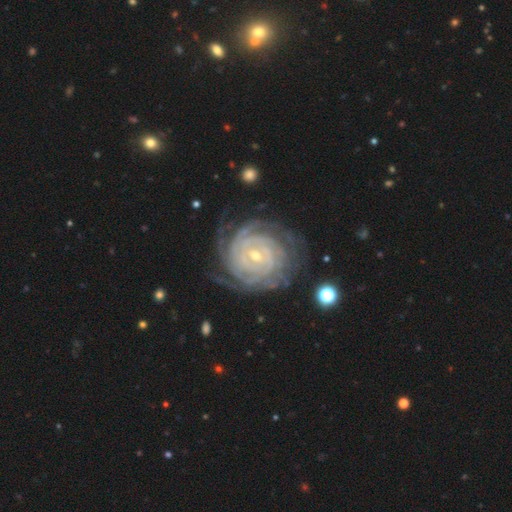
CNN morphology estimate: Smooth or featured: featured or disk — 92% (star or artifact — 4%)
Edge-on disk: no — 98% (yes — 2%)
Bar: no — 41% (weak — 39%)
Spiral arms: yes — 98% (no — 2%)
Spiral winding: tight — 88% (medium — 10%)
Spiral arm count: 4 — 25% (can't tell — 22%)
Bulge size: small — 66% (moderate — 31%)
Merging: none — 79% (minor disturbance — 14%)